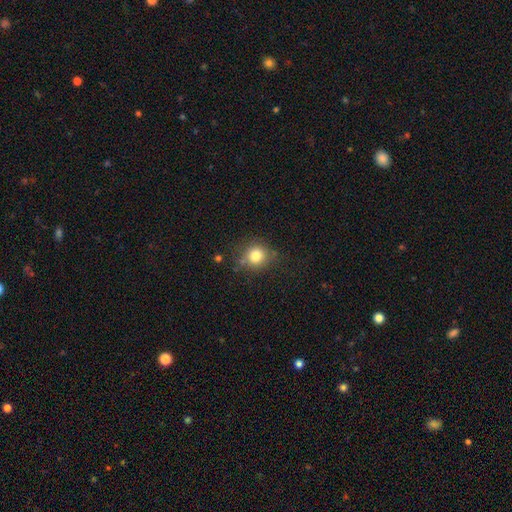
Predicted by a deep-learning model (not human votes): smooth 80%, star or artifact 12%, featured or disk 8%. Down the decision tree: how rounded — round (87%); merging — none (76%).